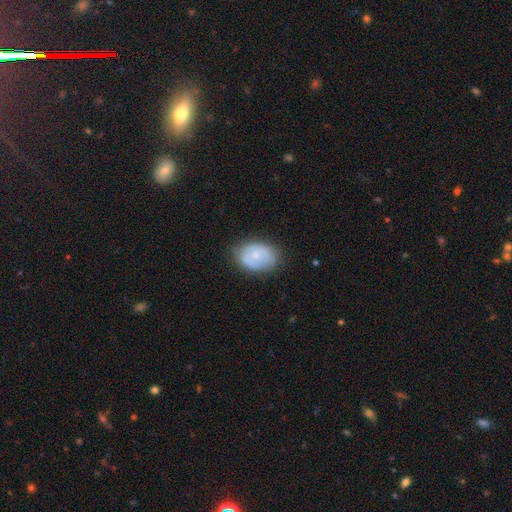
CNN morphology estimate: Smooth or featured?
  - smooth: 57% *
  - featured or disk: 36%
  - star or artifact: 7%
How rounded?
  - in between: 76% *
  - round: 23%
  - cigar-shaped: 1%
Merging?
  - none: 74% *
  - minor disturbance: 19%
  - major disturbance: 5%
  - merger: 1%